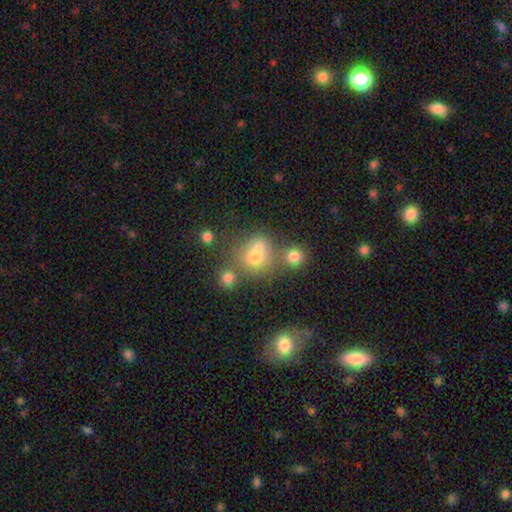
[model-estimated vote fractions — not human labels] Smooth or featured? Predicted: smooth (p=0.66). How rounded? Predicted: round (p=0.68). Merging? Predicted: none (p=0.45).